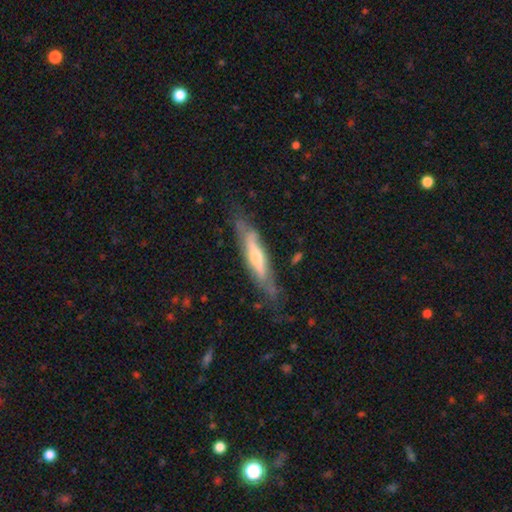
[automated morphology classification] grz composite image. It shows a featured or disk galaxy (69%) viewed edge-on (65%). Merging: none (69%).